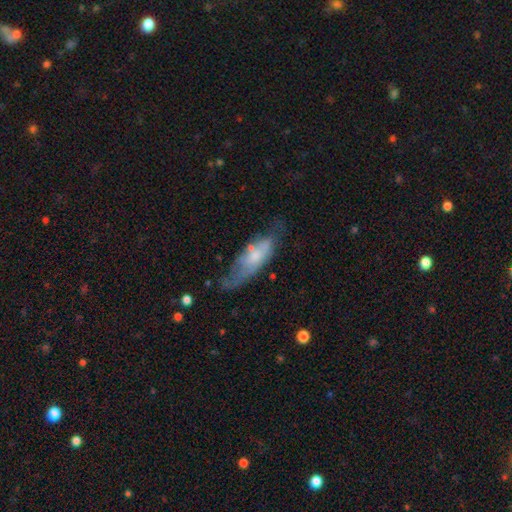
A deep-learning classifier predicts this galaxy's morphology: A smooth galaxy with no disk features (50%) that is in between round and cigar-shaped (62%). Merging: none (42%).